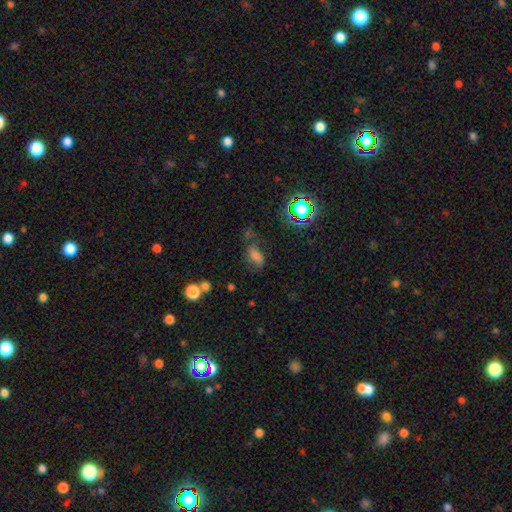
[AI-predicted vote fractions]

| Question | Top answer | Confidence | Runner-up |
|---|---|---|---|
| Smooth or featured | smooth | 56% | star or artifact (25%) |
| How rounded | in between | 83% | round (12%) |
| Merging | none | 50% | minor disturbance (24%) |